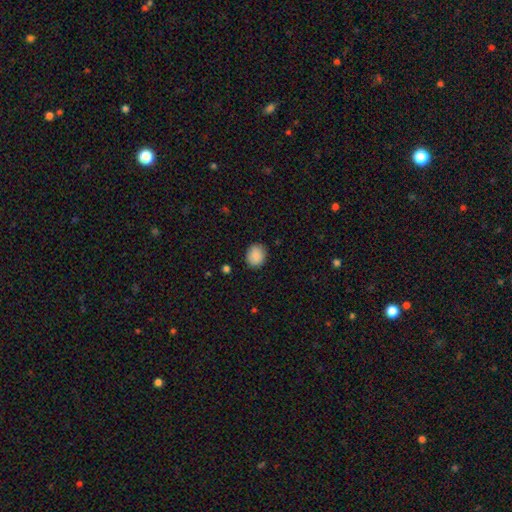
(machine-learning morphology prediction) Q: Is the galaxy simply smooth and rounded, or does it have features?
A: smooth — 89%.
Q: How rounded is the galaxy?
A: round — 65%.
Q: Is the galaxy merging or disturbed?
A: none — 87%.